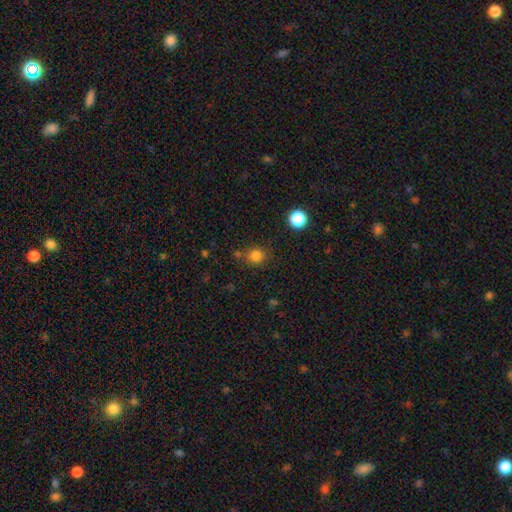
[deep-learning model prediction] Smooth or featured: smooth — 81% (star or artifact — 15%)
How rounded: round — 85% (in between — 14%)
Merging: none — 79% (minor disturbance — 11%)